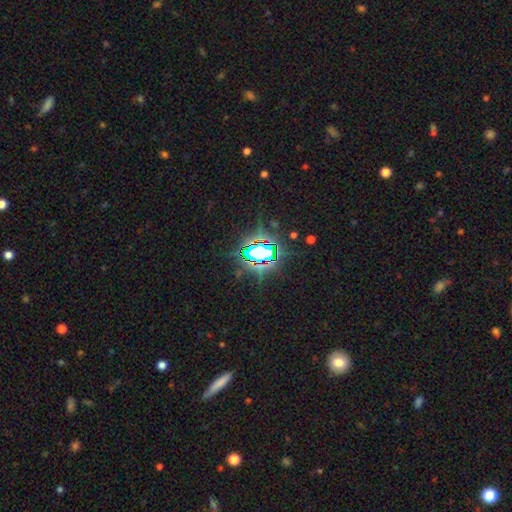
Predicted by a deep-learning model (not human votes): Smooth or featured? star or artifact (76%)